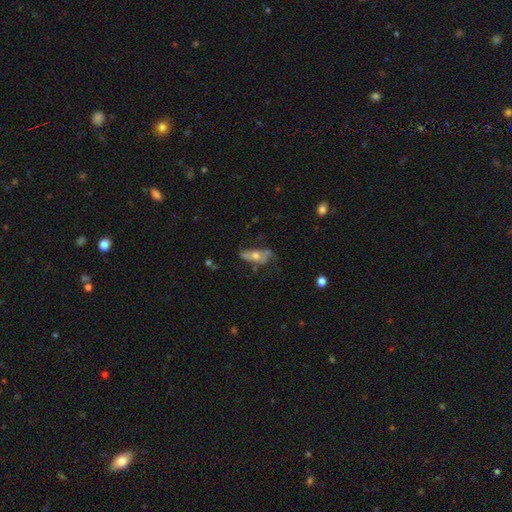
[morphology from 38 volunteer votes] Volunteers were most divided on "smooth or featured": featured or disk: 50%, smooth: 45%, star or artifact: 5%. Remaining: bar — no (92%); bulge size — moderate (69%); edge-on disk — no (68%); spiral arms — no (54%); merging — major disturbance (33%).